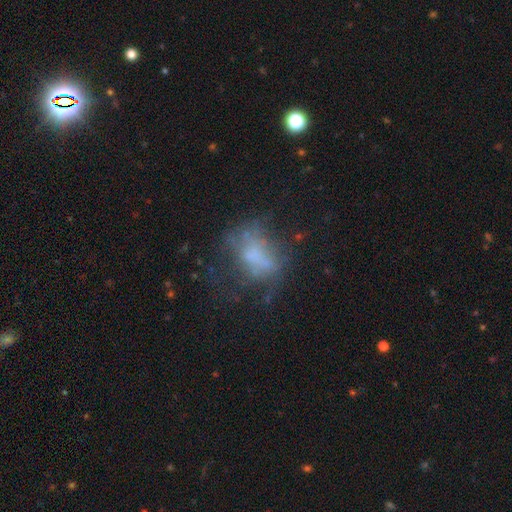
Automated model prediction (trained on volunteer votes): Smooth or featured?
  - featured or disk: 44% *
  - smooth: 38%
  - star or artifact: 18%
Merging?
  - none: 39% *
  - major disturbance: 33%
  - minor disturbance: 21%
  - merger: 6%